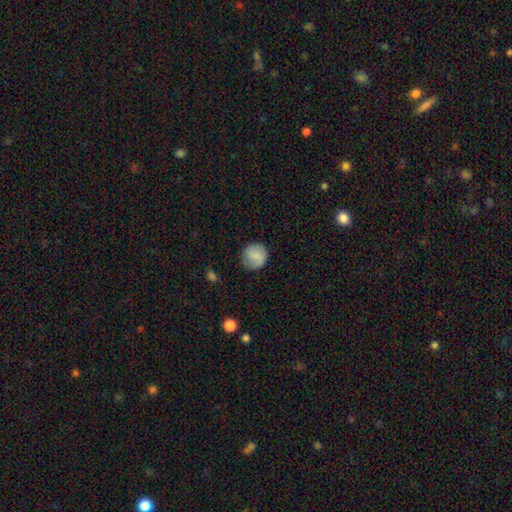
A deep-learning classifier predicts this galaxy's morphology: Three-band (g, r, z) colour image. It shows a smooth galaxy with no disk features (70%) that is round (91%). Merging: none (82%).